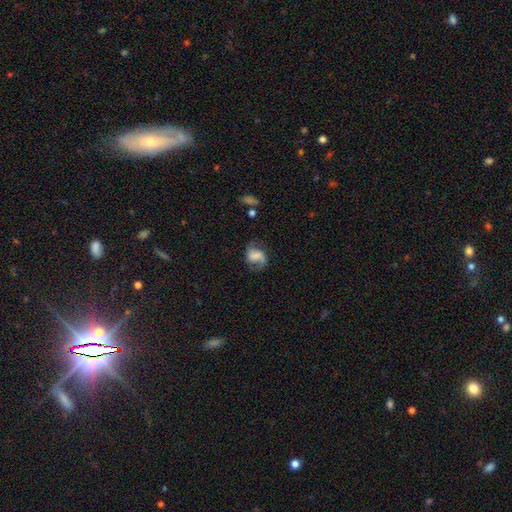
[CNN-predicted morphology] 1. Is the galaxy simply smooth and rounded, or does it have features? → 65% featured or disk, 26% smooth, 9% star or artifact.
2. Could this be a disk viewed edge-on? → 97% no, 3% yes.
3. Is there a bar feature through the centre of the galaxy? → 42% no, 41% weak, 17% strong.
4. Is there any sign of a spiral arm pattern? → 92% yes, 8% no.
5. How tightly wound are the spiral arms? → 44% medium, 42% loose, 14% tight.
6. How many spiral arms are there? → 85% 2, 7% 1, 5% can't tell, 1% 3, 1% 4, 1% more than 4.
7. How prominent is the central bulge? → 30% none, 26% small, 24% moderate, 16% large, 4% dominant.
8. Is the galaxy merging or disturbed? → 63% none, 20% minor disturbance, 14% major disturbance, 2% merger.